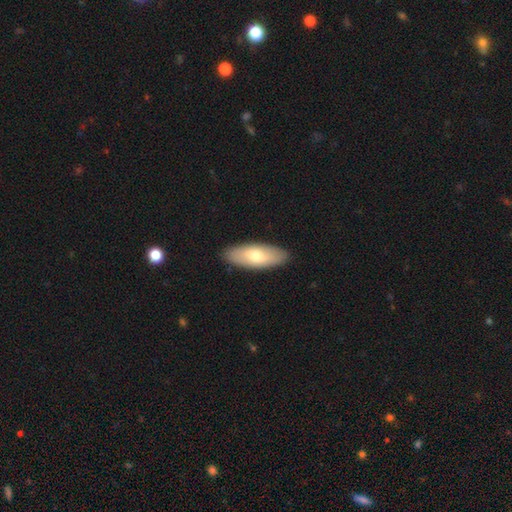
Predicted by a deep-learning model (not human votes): Smooth or featured? smooth (67%)
How rounded? in between (76%)
Merging? none (90%)